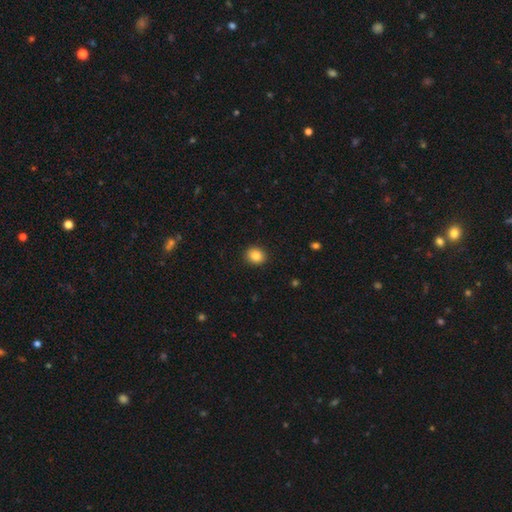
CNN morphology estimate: A smooth galaxy with no disk features (85%) that is round (69%).

Vote fractions:
- Smooth or featured? smooth: 85% / star or artifact: 10% / featured or disk: 6%
- How rounded? round: 69% / in between: 30% / cigar-shaped: 1%
- Merging? none: 91% / minor disturbance: 6% / major disturbance: 2% / merger: 1%